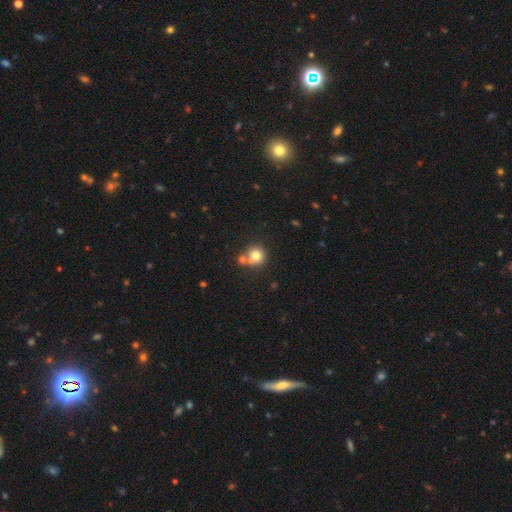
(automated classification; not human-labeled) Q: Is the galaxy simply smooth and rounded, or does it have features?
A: smooth — 75%.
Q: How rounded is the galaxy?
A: round — 89%.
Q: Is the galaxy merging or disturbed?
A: none — 55%.